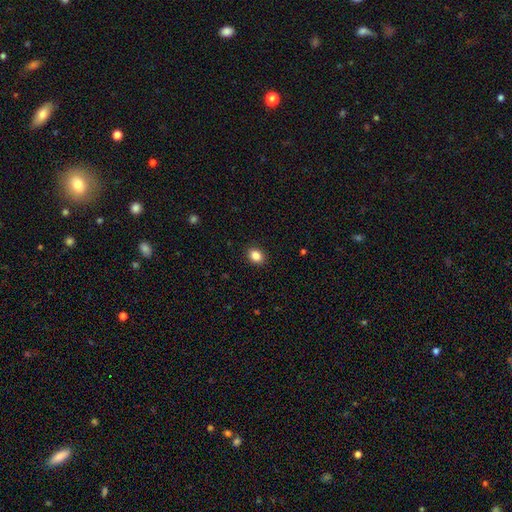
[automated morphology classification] Smooth or featured? smooth (86%)
How rounded? in between (58%)
Merging? none (90%)